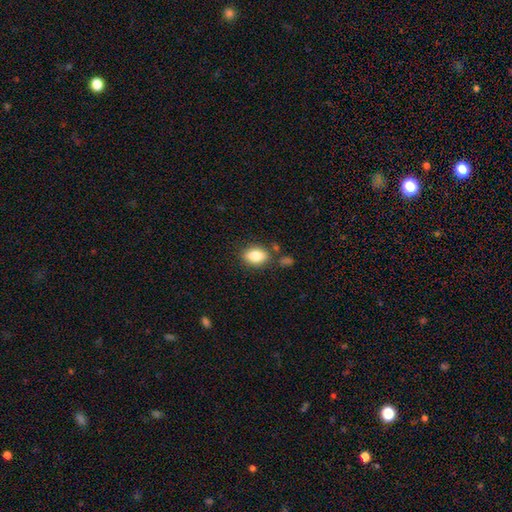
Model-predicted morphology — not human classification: Q: Smooth or featured?
A: smooth (84%); runner-up: star or artifact (8%)
Q: How rounded?
A: in between (79%); runner-up: round (19%)
Q: Merging?
A: none (76%); runner-up: minor disturbance (13%)